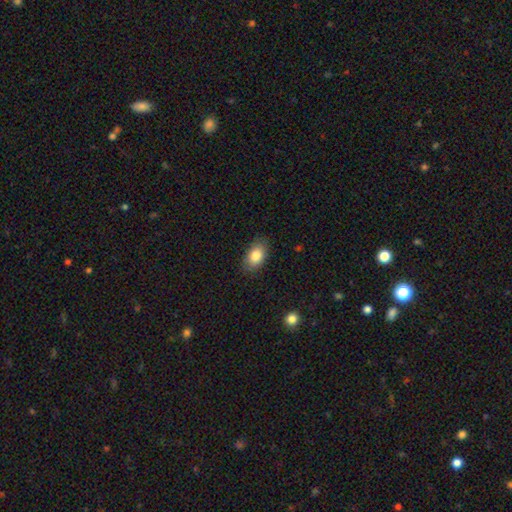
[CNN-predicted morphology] type=smooth (83%); roundness=in between (91%); merging=none (85%).